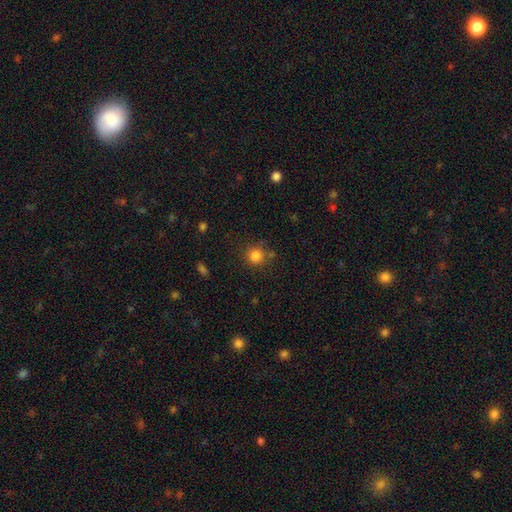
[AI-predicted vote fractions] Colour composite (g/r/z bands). It shows a smooth galaxy with no disk features (83%) that is round (92%). Merging: none (78%).